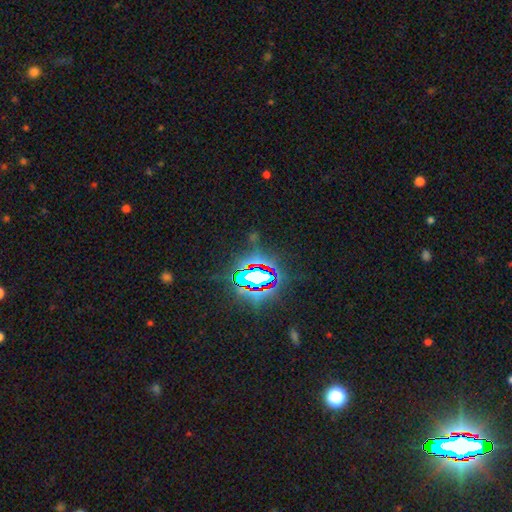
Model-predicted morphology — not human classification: type=star or artifact (82%).